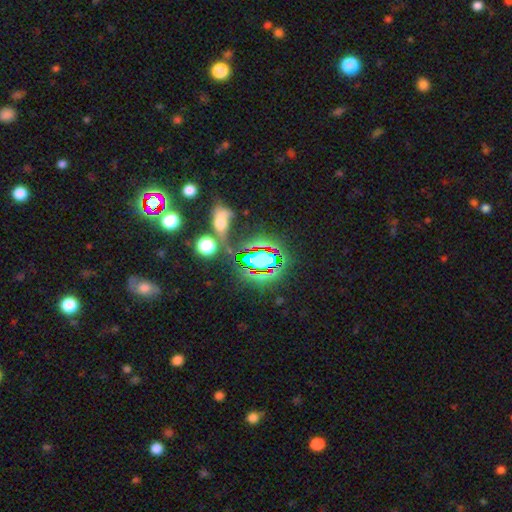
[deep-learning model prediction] The model was most divided on "smooth or featured": star or artifact: 69%, smooth: 18%, featured or disk: 13%.